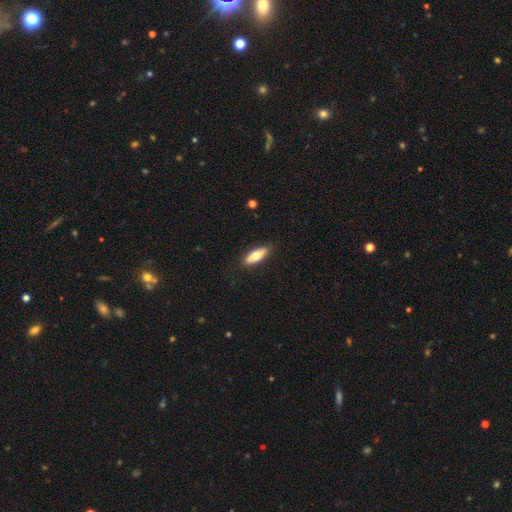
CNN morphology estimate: A smooth galaxy with no disk features (70%) that is in between round and cigar-shaped (73%). Merging: none (87%).